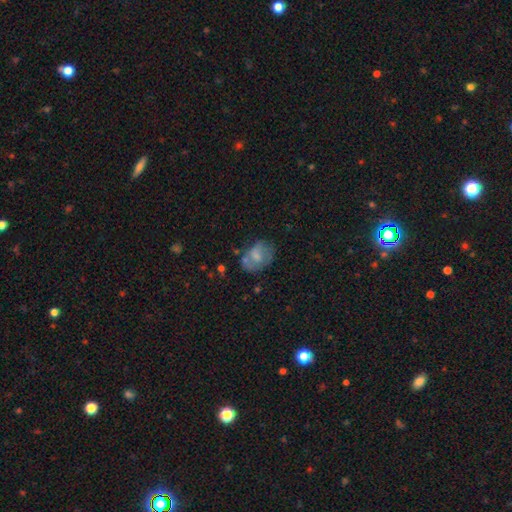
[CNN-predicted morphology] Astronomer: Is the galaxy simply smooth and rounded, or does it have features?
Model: smooth — 55% (runner-up: featured or disk, 35%).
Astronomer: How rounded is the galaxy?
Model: in between — 67%.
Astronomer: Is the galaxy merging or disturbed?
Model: none — 48% (runner-up: minor disturbance, 27%).